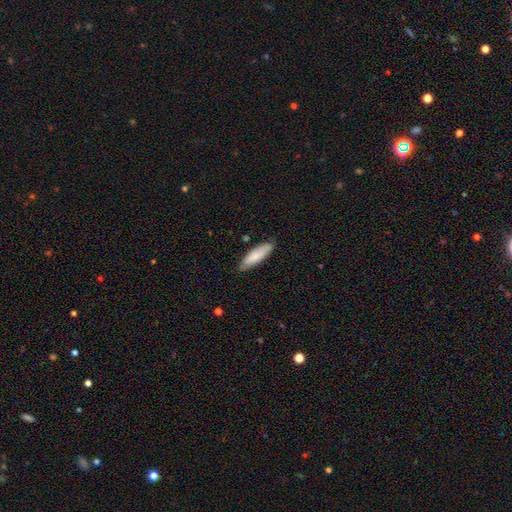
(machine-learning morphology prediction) Overall: smooth (80%). How rounded: cigar-shaped (56%; in between 43%). Merging: none (80%).